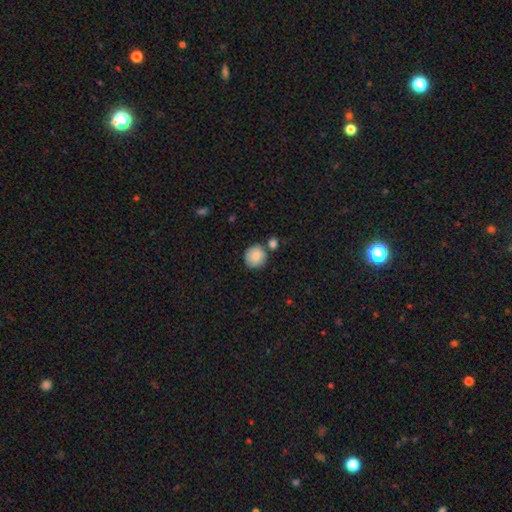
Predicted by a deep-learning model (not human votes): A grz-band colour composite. It shows a smooth galaxy with no disk features (86%) that is round (91%). Merging: none (70%).